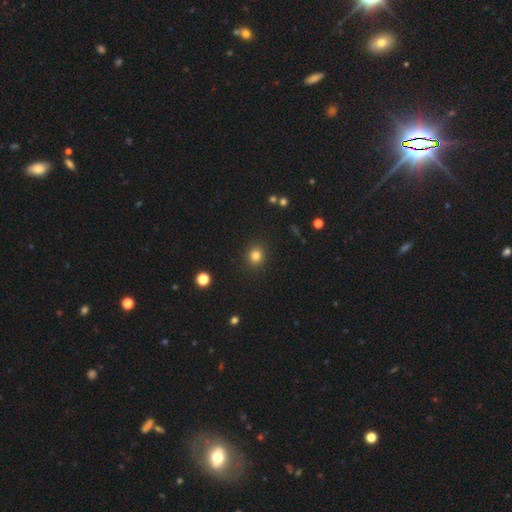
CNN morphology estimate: Smooth or featured? smooth (82%)
How rounded? round (86%)
Merging? none (91%)